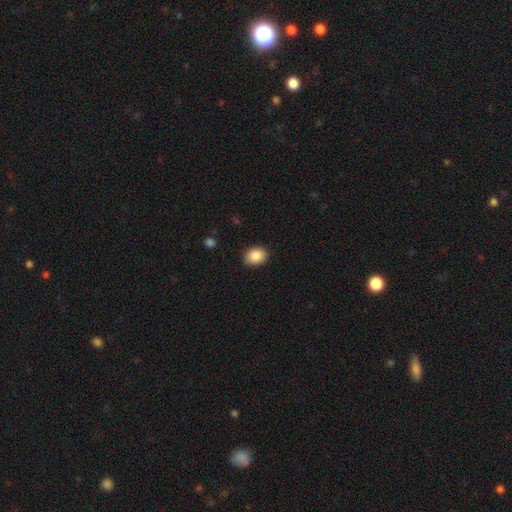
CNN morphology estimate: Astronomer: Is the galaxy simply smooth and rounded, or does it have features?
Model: smooth — 88%.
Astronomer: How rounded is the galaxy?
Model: in between — 59% (runner-up: round, 40%).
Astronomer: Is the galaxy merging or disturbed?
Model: none — 88%.